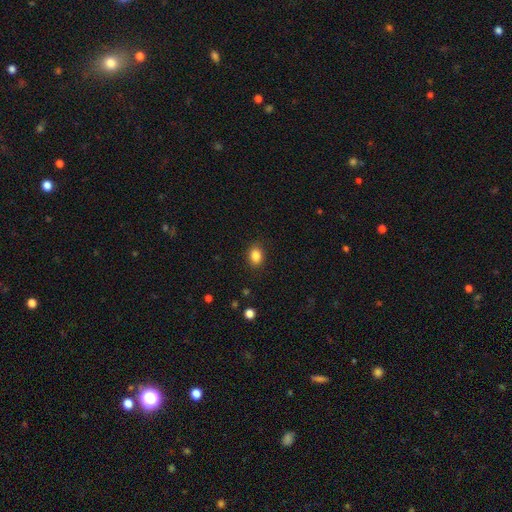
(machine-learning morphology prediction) type=smooth (86%); roundness=in between (64%); merging=none (86%).